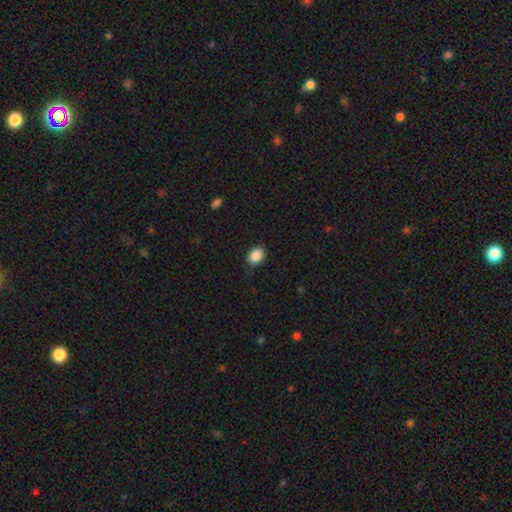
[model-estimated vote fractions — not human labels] smooth 88%, star or artifact 8%, featured or disk 4%. Down the decision tree: how rounded — in between (65%); merging — none (82%).